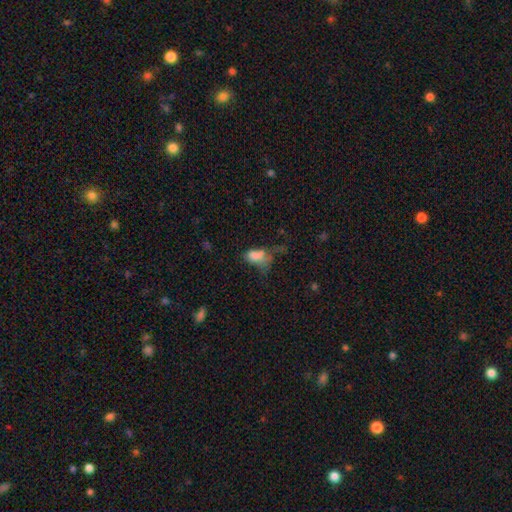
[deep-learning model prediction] smooth-or-featured: smooth: 71% | featured or disk: 16% | star or artifact: 13%
  how-rounded: in between: 87% | round: 10% | cigar-shaped: 3%
  merging: major disturbance: 41% | minor disturbance: 20% | none: 20% | merger: 19%